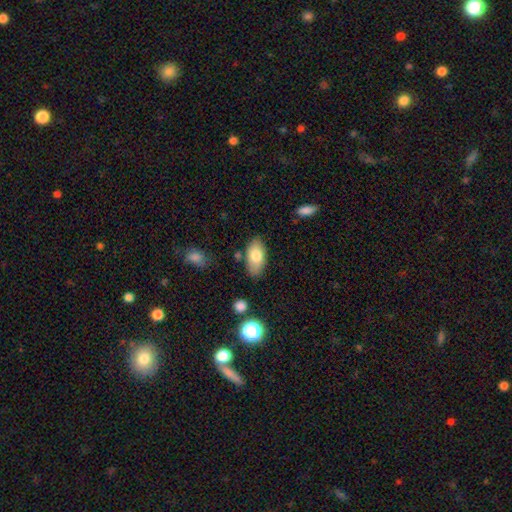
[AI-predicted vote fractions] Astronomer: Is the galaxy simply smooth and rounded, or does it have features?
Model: smooth — 78%.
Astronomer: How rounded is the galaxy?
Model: in between — 93%.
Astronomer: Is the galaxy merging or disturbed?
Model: none — 79%.